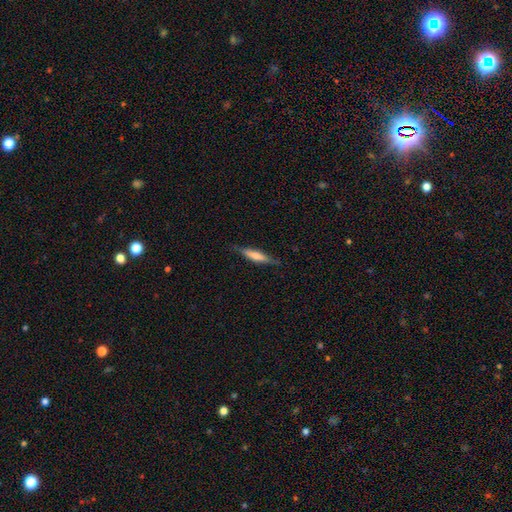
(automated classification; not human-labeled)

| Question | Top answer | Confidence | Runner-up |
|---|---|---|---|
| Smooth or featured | smooth | 54% | featured or disk (40%) |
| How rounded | cigar-shaped | 85% | in between (14%) |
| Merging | none | 83% | minor disturbance (13%) |